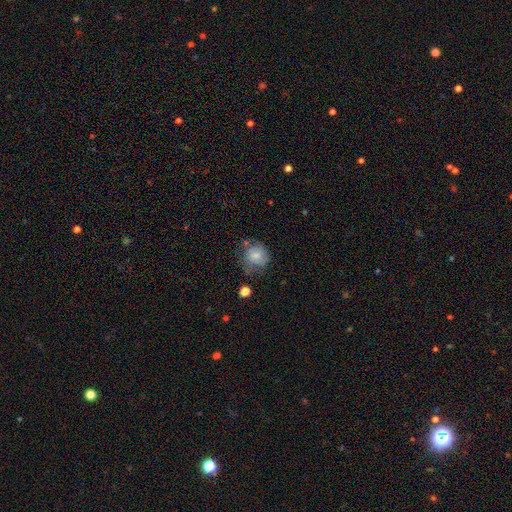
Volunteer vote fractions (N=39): Volunteers were most divided on "merging": none: 56%, minor disturbance: 22%, major disturbance: 17%, merger: 6%. More confident: how rounded — round (78%); smooth or featured — smooth (69%).